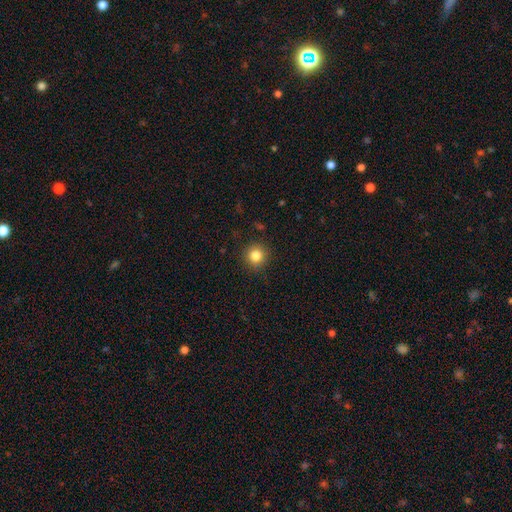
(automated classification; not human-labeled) Smooth or featured? Predicted: smooth (p=0.83). How rounded? Predicted: round (p=0.94). Merging? Predicted: none (p=0.91).